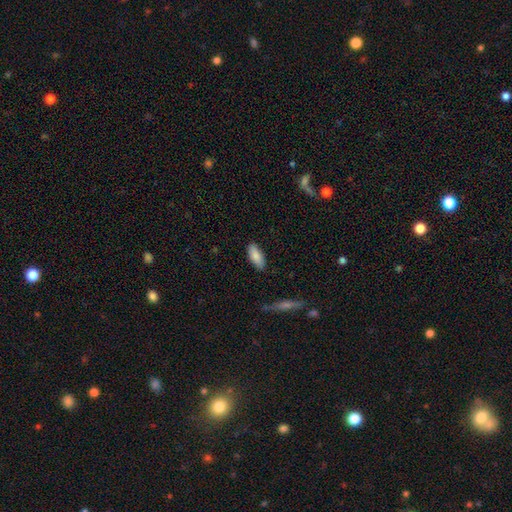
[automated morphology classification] Smooth or featured? smooth (85%)
How rounded? in between (80%)
Merging? none (85%)